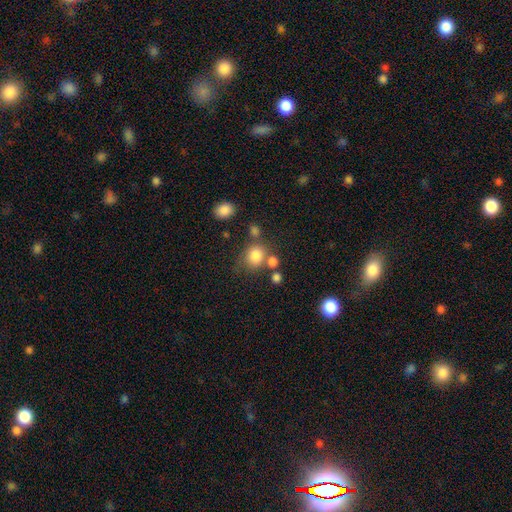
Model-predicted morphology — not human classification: This appears to be a smooth galaxy with no disk features (81%) that is round (72%). Merging: none (61%).